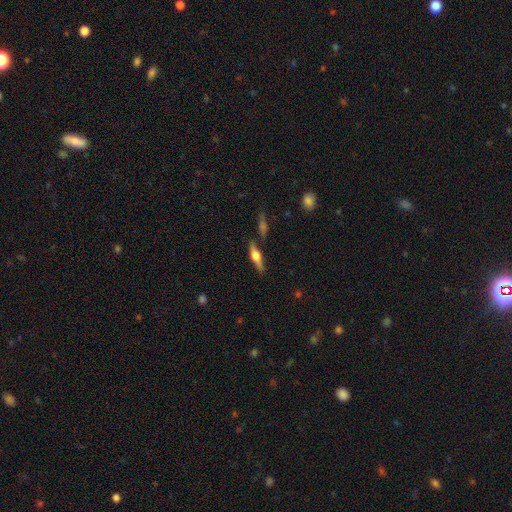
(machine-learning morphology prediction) Smooth or featured?
  - featured or disk: 64% *
  - smooth: 29%
  - star or artifact: 7%
Edge-on disk?
  - yes: 96% *
  - no: 4%
Edge-on bulge?
  - rounded: 90% *
  - boxy: 7%
  - none: 2%
Merging?
  - none: 78% *
  - minor disturbance: 10%
  - merger: 8%
  - major disturbance: 3%